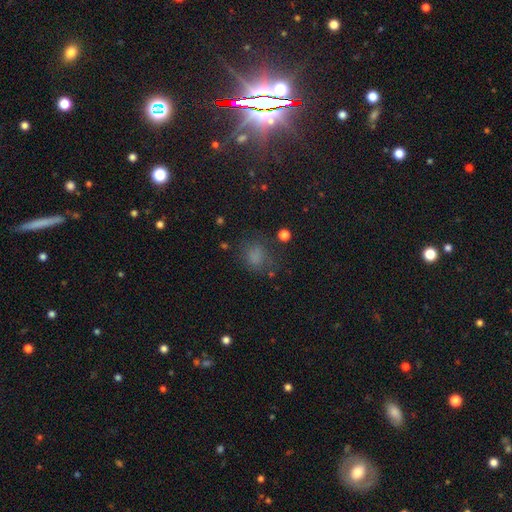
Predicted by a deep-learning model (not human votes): Smooth or featured: smooth — 72% (star or artifact — 19%)
How rounded: round — 60% (in between — 39%)
Merging: none — 63% (minor disturbance — 20%)